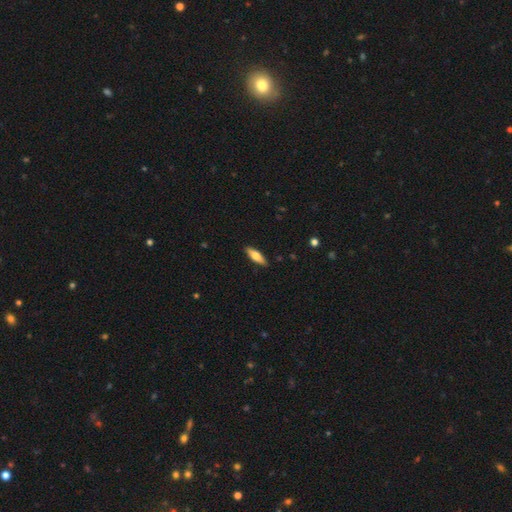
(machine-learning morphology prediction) Smooth or featured? Predicted: smooth (p=0.60). How rounded? Predicted: cigar-shaped (p=0.50). Merging? Predicted: none (p=0.89).